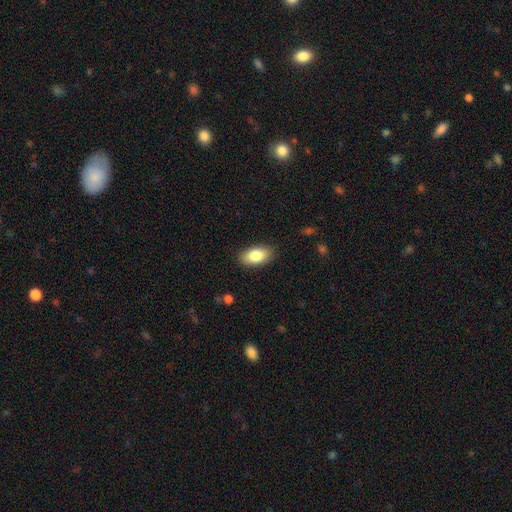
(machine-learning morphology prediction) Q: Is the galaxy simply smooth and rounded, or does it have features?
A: smooth — 84%.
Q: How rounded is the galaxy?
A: in between — 93%.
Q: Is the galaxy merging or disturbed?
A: none — 87%.